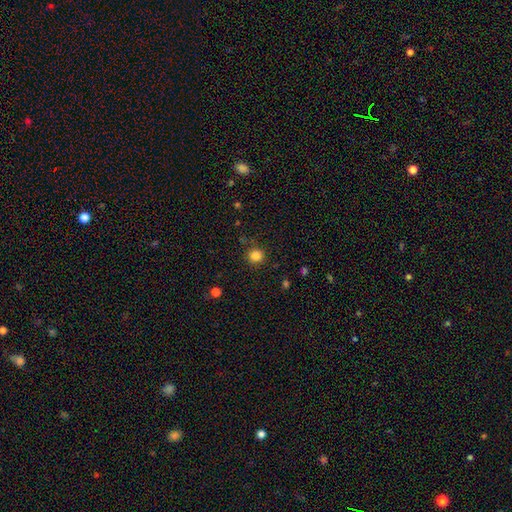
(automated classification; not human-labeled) Smooth or featured?
  - smooth: 83% *
  - star or artifact: 13%
  - featured or disk: 4%
How rounded?
  - round: 93% *
  - in between: 6%
  - cigar-shaped: 1%
Merging?
  - none: 87% *
  - minor disturbance: 8%
  - major disturbance: 3%
  - merger: 2%